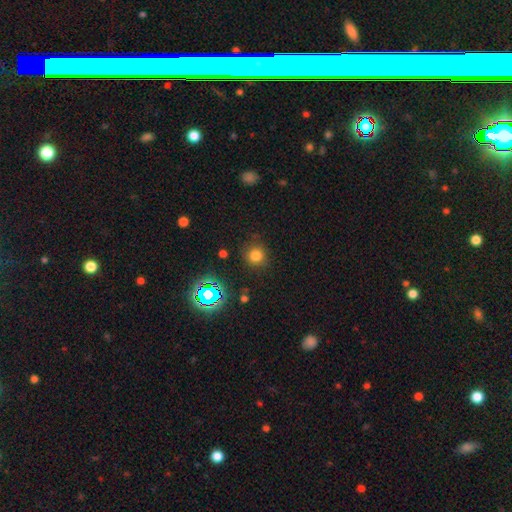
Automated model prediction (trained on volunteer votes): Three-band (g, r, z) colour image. It shows a smooth galaxy with no disk features (74%) that is round (91%). Merging: none (84%).